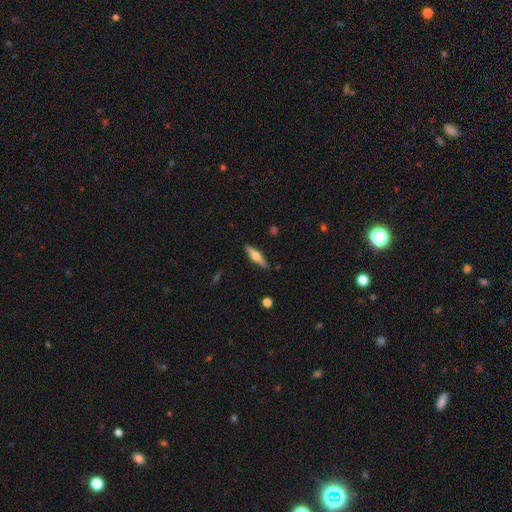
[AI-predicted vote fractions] A featured or disk galaxy (50%) viewed edge-on (93%). Merging: none (89%).